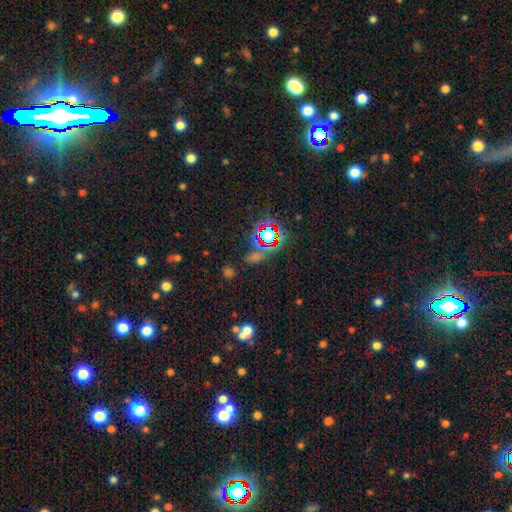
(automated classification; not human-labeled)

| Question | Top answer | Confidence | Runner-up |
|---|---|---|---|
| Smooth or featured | star or artifact | 73% | smooth (18%) |